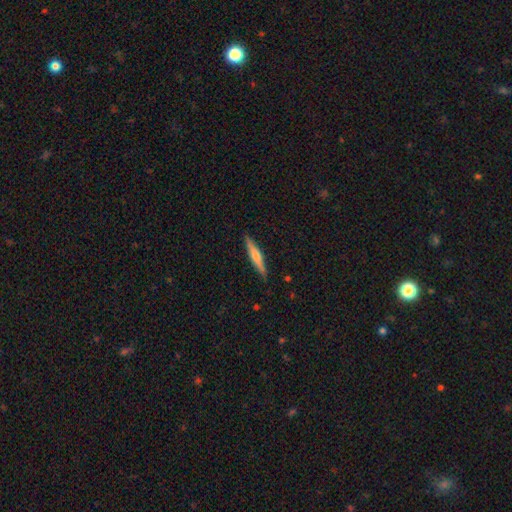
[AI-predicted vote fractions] Smooth or featured? Predicted: featured or disk (p=0.51). Edge-on disk? Predicted: yes (p=0.96). Merging? Predicted: none (p=0.89).